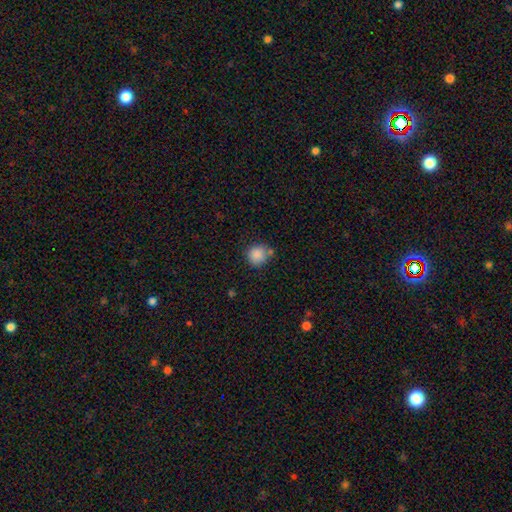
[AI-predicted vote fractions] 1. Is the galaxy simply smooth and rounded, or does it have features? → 86% smooth, 10% star or artifact, 4% featured or disk.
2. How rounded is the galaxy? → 88% round, 11% in between, 1% cigar-shaped.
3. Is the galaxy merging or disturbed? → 69% none, 15% minor disturbance, 11% merger, 4% major disturbance.